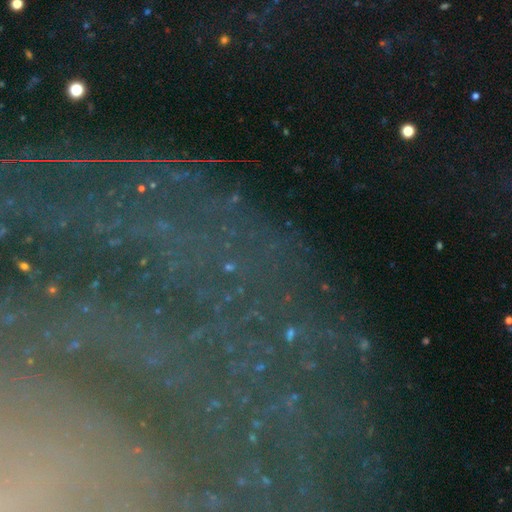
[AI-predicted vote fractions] A star or artifact, not a galaxy (68%).